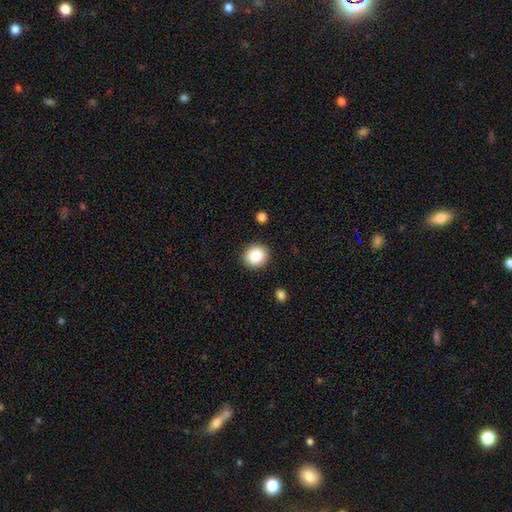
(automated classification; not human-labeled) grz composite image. It shows a smooth galaxy with no disk features (86%) that is round (86%). Merging: none (91%).